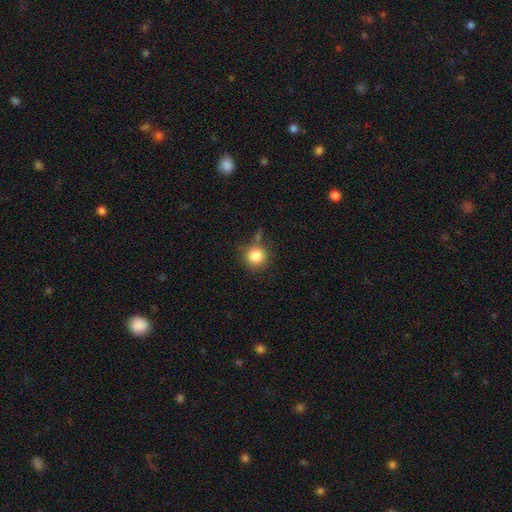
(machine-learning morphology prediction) The model was most divided on "merging": none: 73%, minor disturbance: 14%, merger: 9%, major disturbance: 5%. More confident: how rounded — round (94%); smooth or featured — smooth (84%).